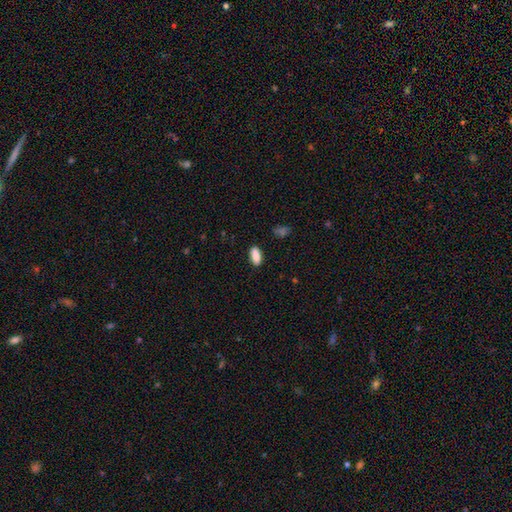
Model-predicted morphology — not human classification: A smooth galaxy with no disk features (87%) that is in between round and cigar-shaped (85%). Merging: none (80%).